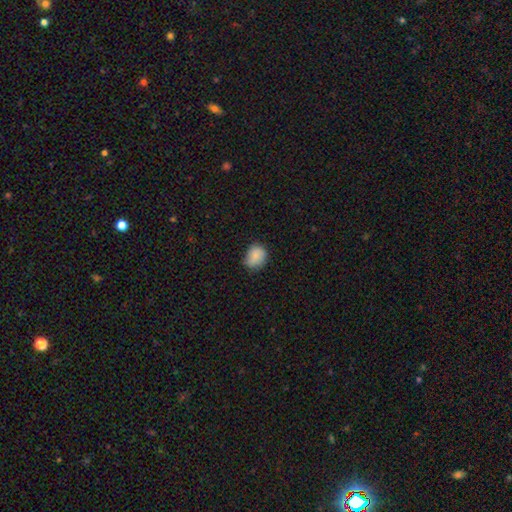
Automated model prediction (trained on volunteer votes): smooth-or-featured: smooth: 83% | featured or disk: 9% | star or artifact: 8%
  how-rounded: round: 62% | in between: 37% | cigar-shaped: 1%
  merging: none: 64% | minor disturbance: 30% | major disturbance: 5% | merger: 1%